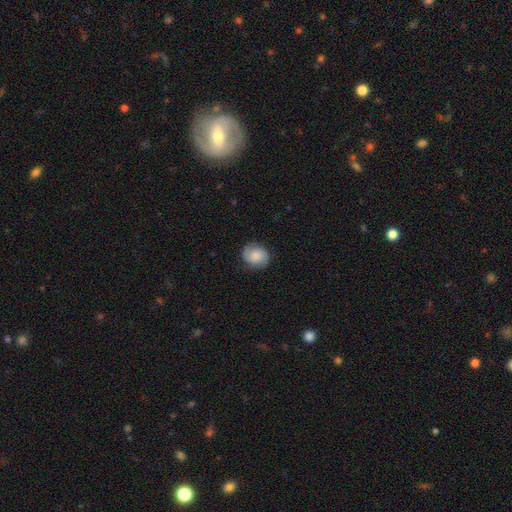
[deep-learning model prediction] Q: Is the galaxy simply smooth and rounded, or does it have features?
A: smooth — 46%.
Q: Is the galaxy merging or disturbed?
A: none — 82%.